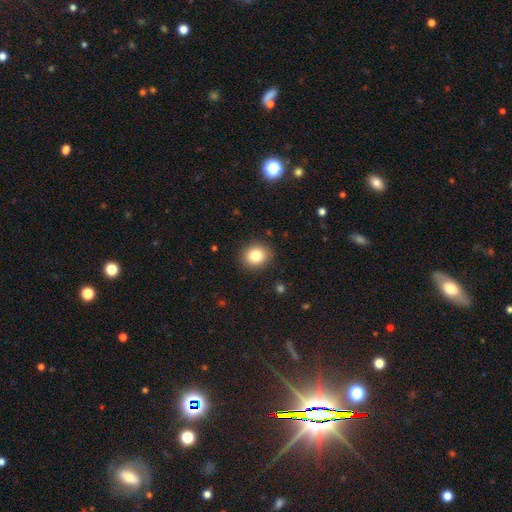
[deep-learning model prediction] A smooth galaxy with no disk features (83%) that is round (81%). Merging: none (89%).